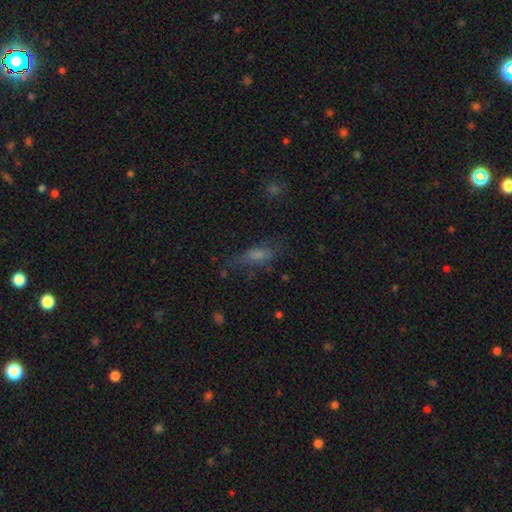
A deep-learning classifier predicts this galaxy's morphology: smooth-or-featured: smooth: 54% | featured or disk: 26% | star or artifact: 19%
  how-rounded: in between: 53% | cigar-shaped: 42% | round: 5%
  merging: none: 59% | minor disturbance: 23% | major disturbance: 15% | merger: 3%